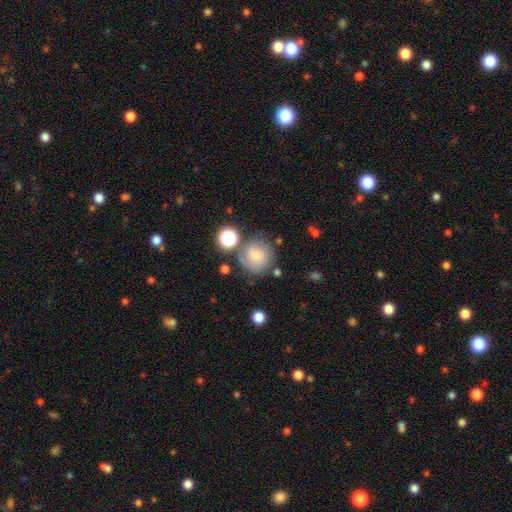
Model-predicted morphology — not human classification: smooth-or-featured: smooth: 56% | featured or disk: 33% | star or artifact: 12%
  how-rounded: round: 89% | in between: 10% | cigar-shaped: 1%
  merging: none: 62% | minor disturbance: 19% | merger: 10% | major disturbance: 9%